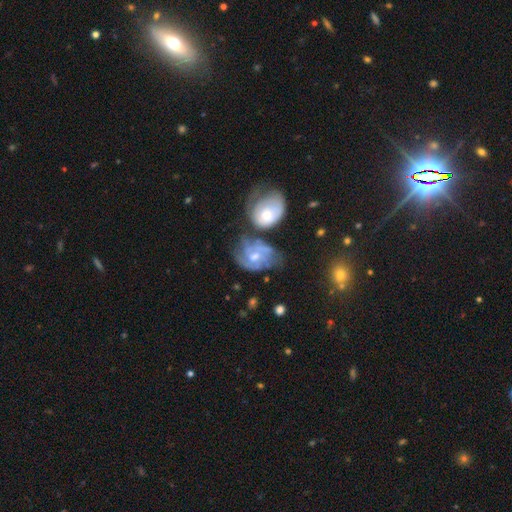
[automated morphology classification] smooth_or_featured: featured or disk (p=0.69) [alt: smooth p=0.23]
disk_edge_on: no (p=0.97) [alt: yes p=0.03]
bar: no (p=0.65) [alt: weak p=0.30]
has_spiral_arms: yes (p=0.78) [alt: no p=0.22]
spiral_winding: tight (p=0.43) [alt: medium p=0.40]
spiral_arm_count: can't tell (p=0.40) [alt: 2 p=0.33]
bulge_size: moderate (p=0.62) [alt: small p=0.28]
merging: none (p=0.34) [alt: merger p=0.27]